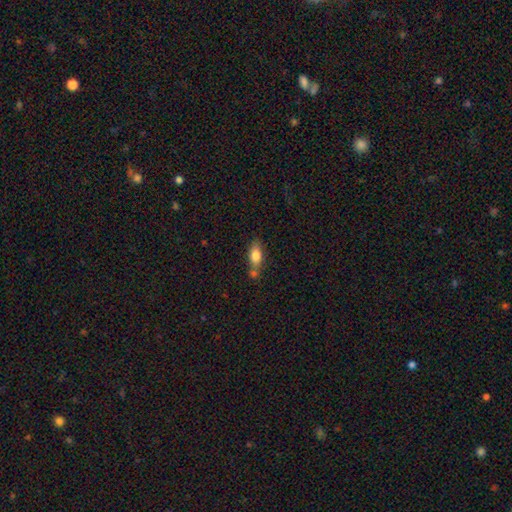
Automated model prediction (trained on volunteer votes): Smooth or featured? smooth (76%)
How rounded? in between (78%)
Merging? none (55%)